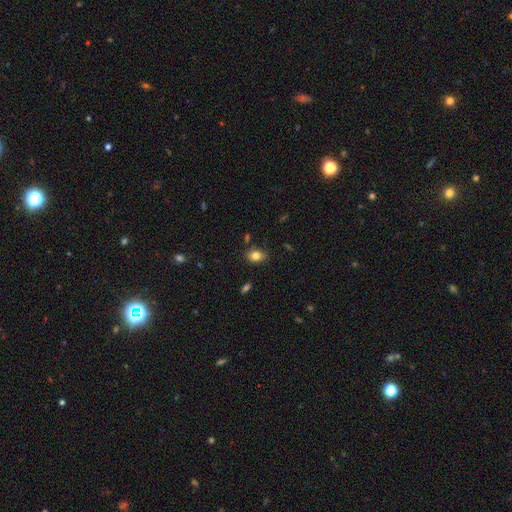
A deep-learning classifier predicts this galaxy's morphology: Smooth or featured? Predicted: smooth (p=0.81). How rounded? Predicted: in between (p=0.70). Merging? Predicted: none (p=0.81).